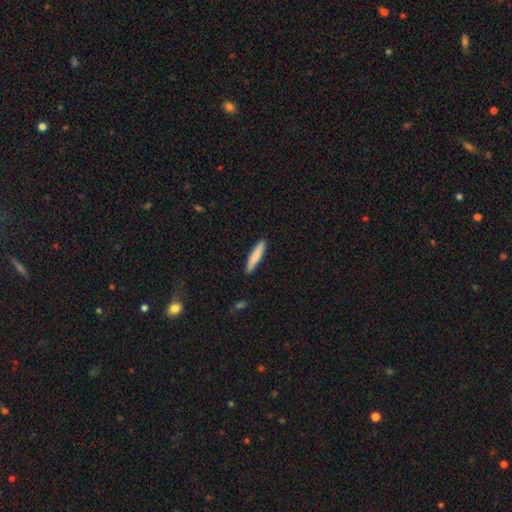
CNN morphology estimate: Smooth or featured? Predicted: smooth (p=0.80). How rounded? Predicted: cigar-shaped (p=0.89). Merging? Predicted: none (p=0.90).